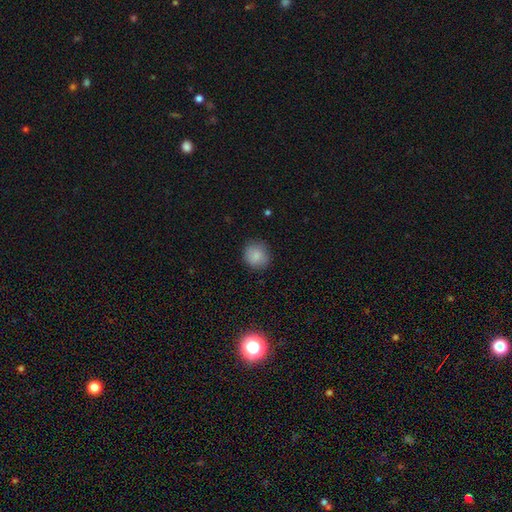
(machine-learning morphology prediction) smooth 85%, star or artifact 9%, featured or disk 6%. Down the decision tree: how rounded — round (86%); merging — none (85%).